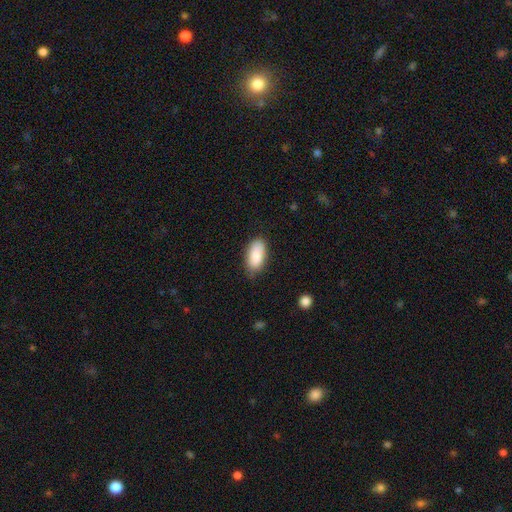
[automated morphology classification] A smooth galaxy with no disk features (86%) that is in between round and cigar-shaped (93%). Merging: none (76%).